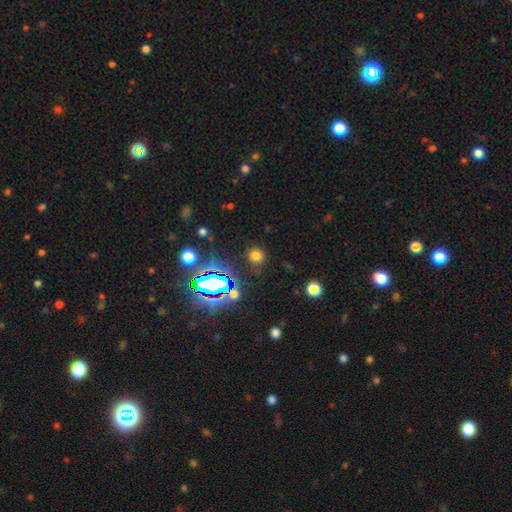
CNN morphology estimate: Smooth or featured? Predicted: smooth (p=0.66). How rounded? Predicted: round (p=0.89). Merging? Predicted: none (p=0.85).